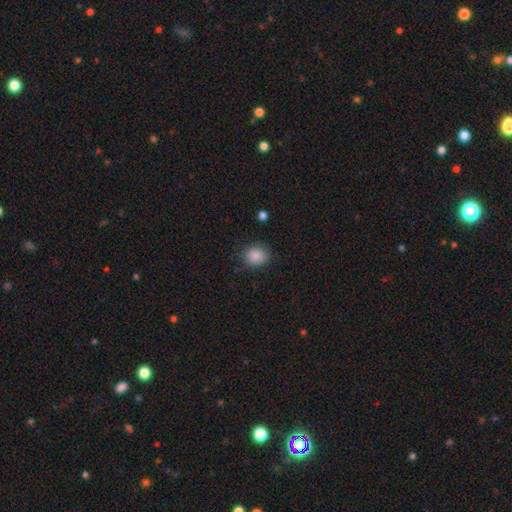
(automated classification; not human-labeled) Smooth or featured? smooth (87%)
How rounded? round (66%)
Merging? none (84%)